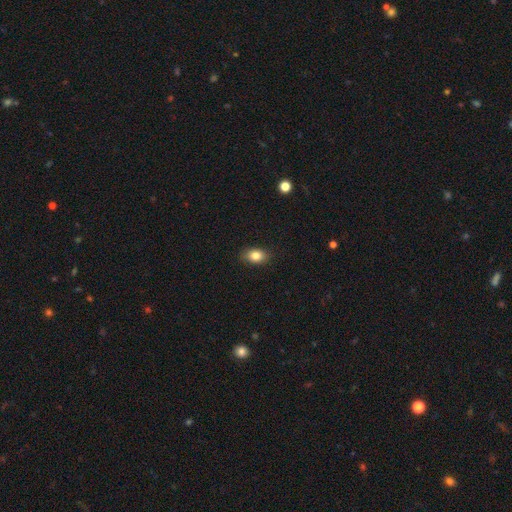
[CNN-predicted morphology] smooth 83%, star or artifact 9%, featured or disk 8%. Down the decision tree: how rounded — in between (80%); merging — none (87%).